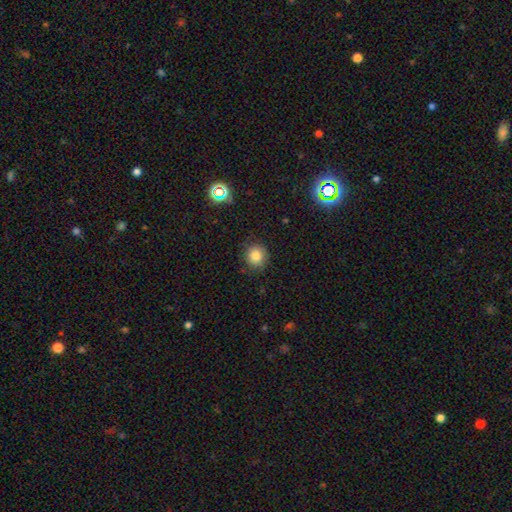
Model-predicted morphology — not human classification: Smooth or featured: smooth — 81% (star or artifact — 13%)
How rounded: round — 87% (in between — 12%)
Merging: none — 85% (minor disturbance — 11%)